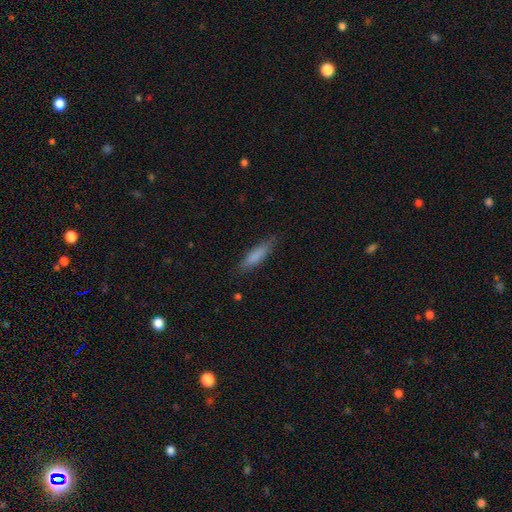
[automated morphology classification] Smooth or featured? smooth (81%)
How rounded? cigar-shaped (69%)
Merging? none (82%)